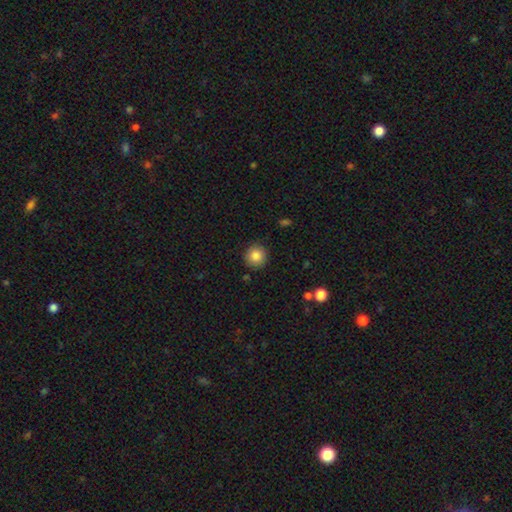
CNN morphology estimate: Smooth or featured?
  - smooth: 85% *
  - star or artifact: 9%
  - featured or disk: 6%
How rounded?
  - round: 94% *
  - in between: 5%
  - cigar-shaped: 1%
Merging?
  - none: 90% *
  - minor disturbance: 7%
  - major disturbance: 2%
  - merger: 1%